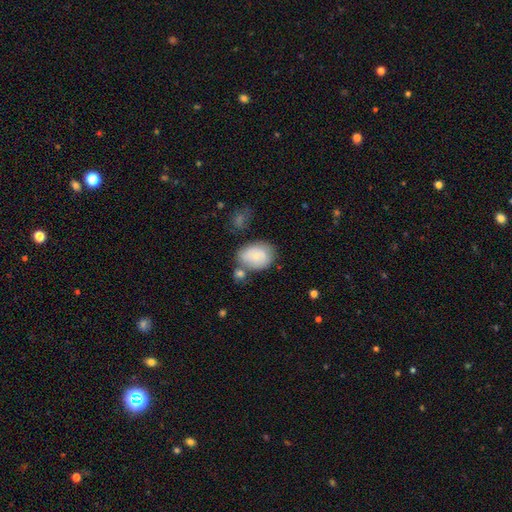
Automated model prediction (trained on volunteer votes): smooth 77%, featured or disk 16%, star or artifact 7%. Down the decision tree: how rounded — in between (70%); merging — none (51%).